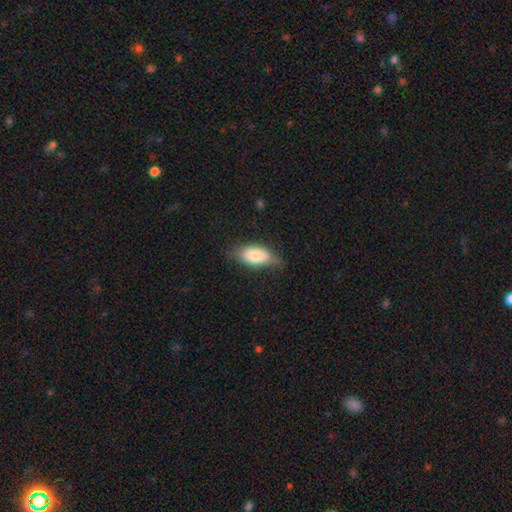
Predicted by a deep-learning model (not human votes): The model was most divided on "merging": none: 63%, minor disturbance: 28%, major disturbance: 7%, merger: 1%. More confident: how rounded — in between (84%); smooth or featured — smooth (78%).